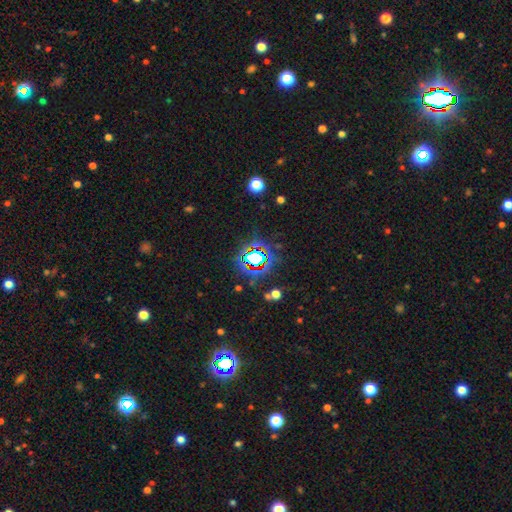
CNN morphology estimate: type=star or artifact (71%).